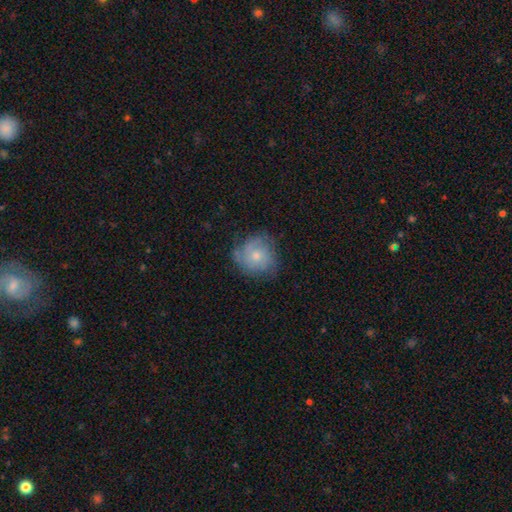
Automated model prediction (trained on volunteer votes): A smooth galaxy with no disk features (48%).

Vote fractions:
- Smooth or featured? smooth: 48% / featured or disk: 44% / star or artifact: 9%
- Merging? none: 65% / minor disturbance: 25% / major disturbance: 9% / merger: 2%